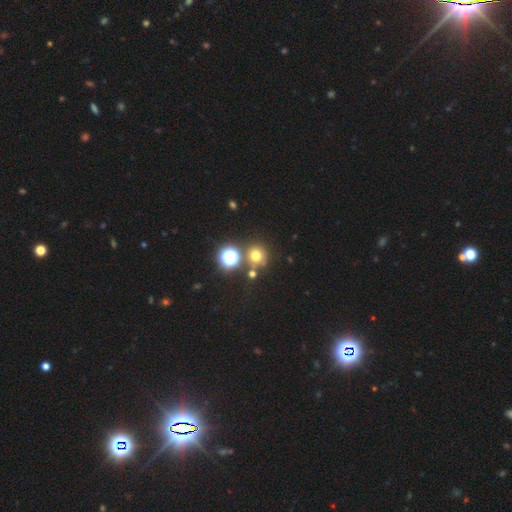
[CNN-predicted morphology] Smooth or featured? smooth (65%)
How rounded? round (89%)
Merging? none (70%)